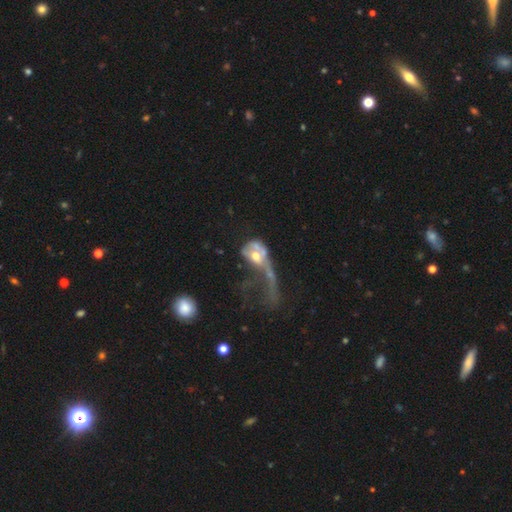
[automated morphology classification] smooth_or_featured: featured or disk (p=0.53) [alt: smooth p=0.39]
disk_edge_on: no (p=0.94) [alt: yes p=0.06]
merging: major disturbance (p=0.55) [alt: merger p=0.30]